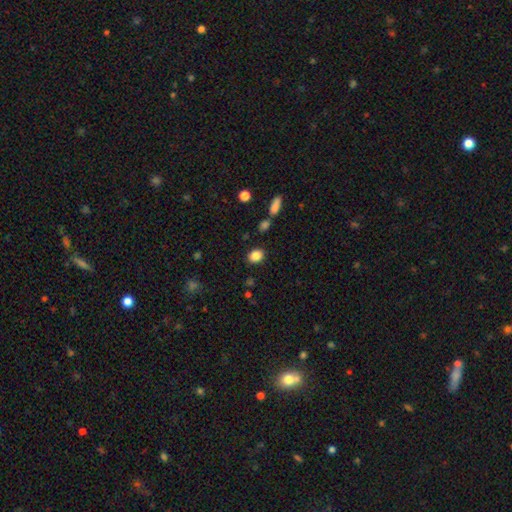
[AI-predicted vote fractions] Smooth or featured?
  - smooth: 85% *
  - star or artifact: 10%
  - featured or disk: 5%
How rounded?
  - round: 56% *
  - in between: 43%
  - cigar-shaped: 1%
Merging?
  - none: 85% *
  - minor disturbance: 9%
  - merger: 3%
  - major disturbance: 3%